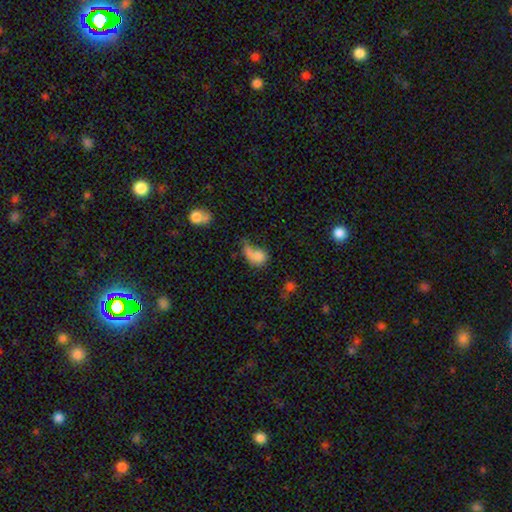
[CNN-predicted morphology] type=smooth (71%); roundness=in between (64%); merging=major disturbance (35%).